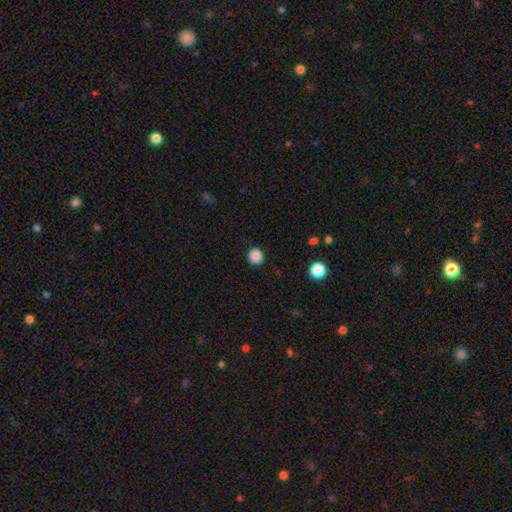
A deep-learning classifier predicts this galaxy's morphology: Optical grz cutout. It shows a smooth galaxy with no disk features (87%) that is round (91%). Merging: none (91%).